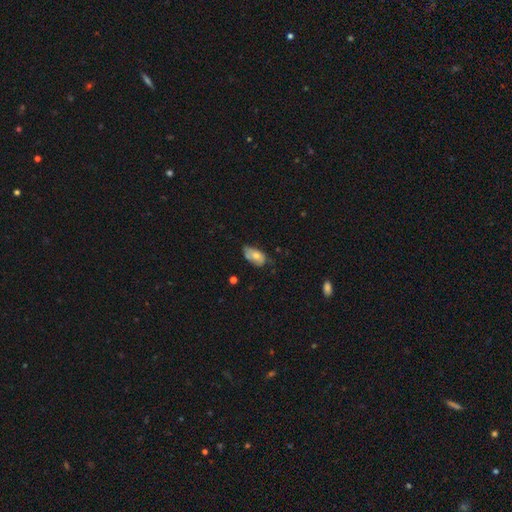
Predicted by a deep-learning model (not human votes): smooth 65%, featured or disk 27%, star or artifact 7%. Down the decision tree: how rounded — in between (92%); merging — none (47%).